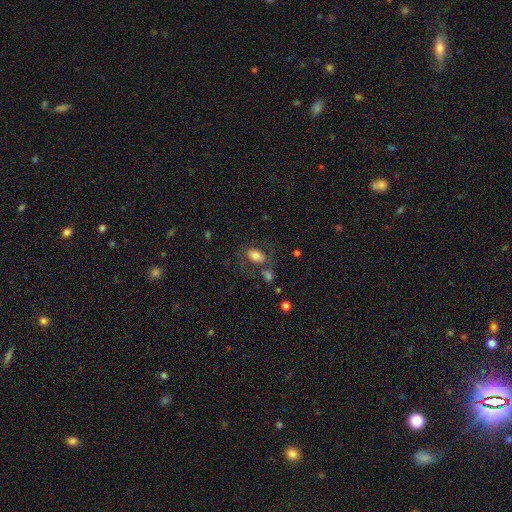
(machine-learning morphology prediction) This appears to be a smooth galaxy with no disk features (71%) that is in between round and cigar-shaped (87%). Merging: none (52%).